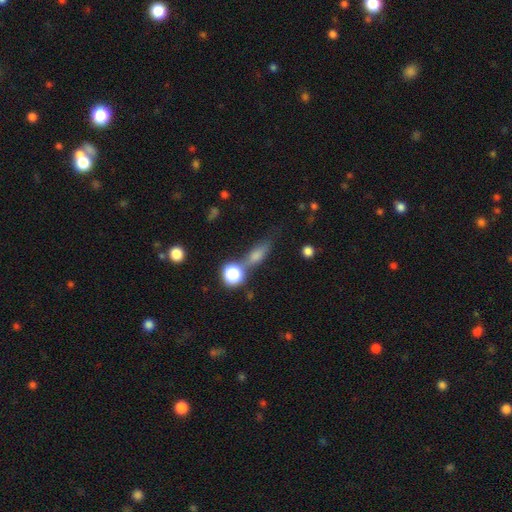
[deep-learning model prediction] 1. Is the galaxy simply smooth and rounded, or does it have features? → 60% smooth, 21% featured or disk, 19% star or artifact.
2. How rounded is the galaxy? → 44% in between, 36% cigar-shaped, 20% round.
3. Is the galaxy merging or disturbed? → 57% none, 18% merger, 16% minor disturbance, 9% major disturbance.